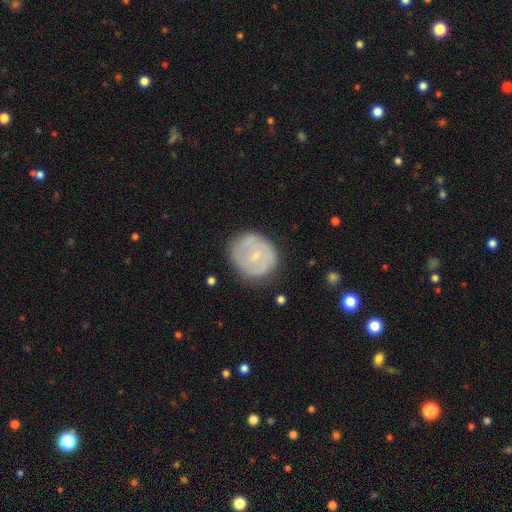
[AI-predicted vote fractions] Smooth or featured?
  - featured or disk: 55% *
  - smooth: 39%
  - star or artifact: 7%
Edge-on disk?
  - no: 97% *
  - yes: 3%
Bar?
  - no: 63% *
  - weak: 31%
  - strong: 6%
Spiral arms?
  - yes: 62% *
  - no: 38%
Bulge size?
  - small: 76% *
  - moderate: 19%
  - none: 3%
  - large: 1%
  - dominant: 1%
Merging?
  - none: 74% *
  - minor disturbance: 18%
  - major disturbance: 6%
  - merger: 2%